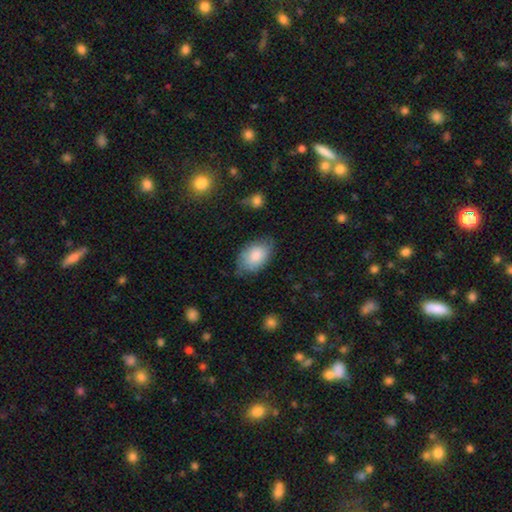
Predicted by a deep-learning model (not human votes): Smooth or featured: smooth — 81% (featured or disk — 13%)
How rounded: in between — 89% (round — 10%)
Merging: none — 63% (minor disturbance — 29%)